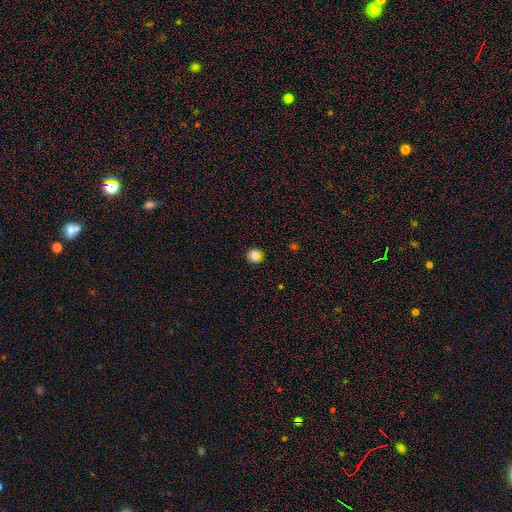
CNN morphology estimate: Overall: smooth (82%). How rounded: round (91%). Merging: none (90%).